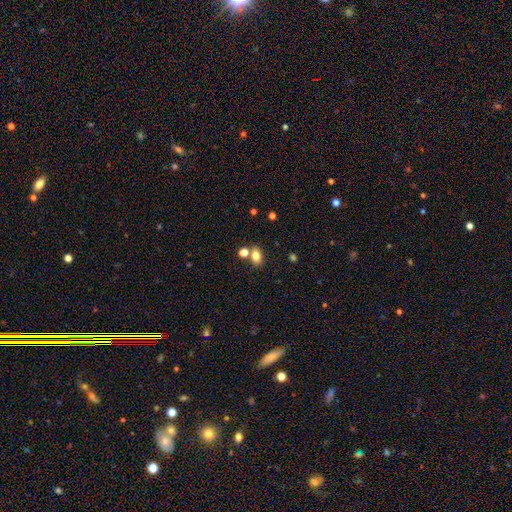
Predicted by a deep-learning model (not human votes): A smooth galaxy with no disk features (79%) that is in between round and cigar-shaped (78%). Merging: none (63%).